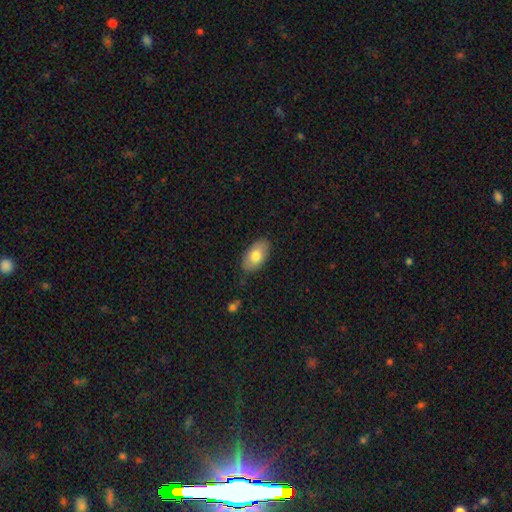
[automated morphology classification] smooth_or_featured: smooth (p=0.76) [alt: featured or disk p=0.18]
how_rounded: in between (p=0.94) [alt: round p=0.04]
merging: none (p=0.85) [alt: minor disturbance p=0.11]